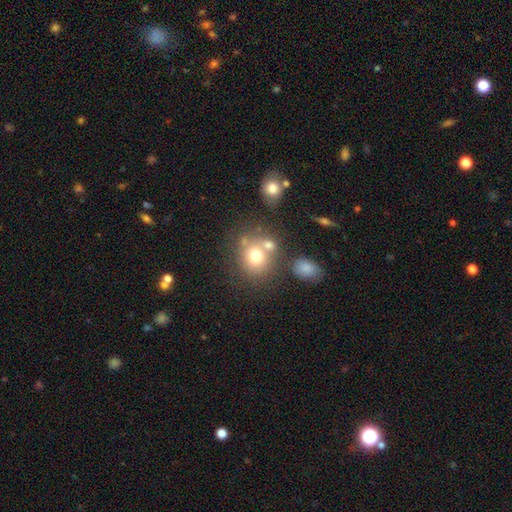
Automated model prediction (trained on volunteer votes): This is likely a smooth galaxy (72%). How rounded: likely round (74%). Merging: possibly none (54%).